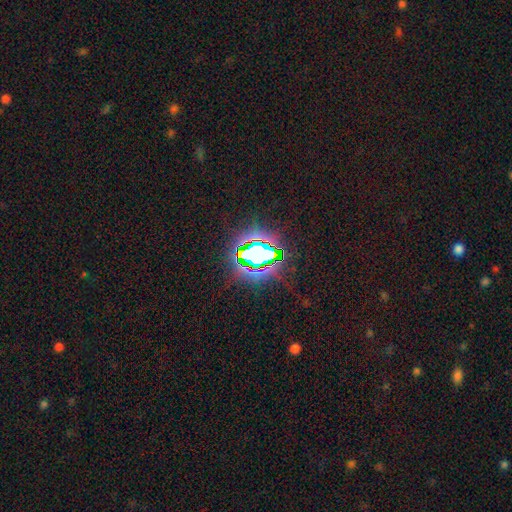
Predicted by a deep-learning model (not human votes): This appears to be a star or artifact, not a galaxy (74%).